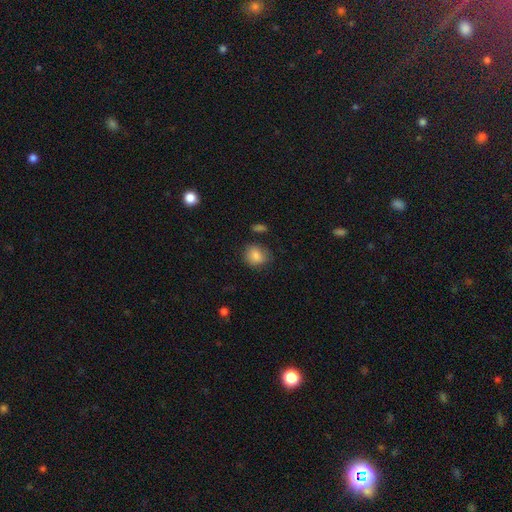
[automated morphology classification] smooth 85%, star or artifact 9%, featured or disk 7%. Down the decision tree: how rounded — round (66%); merging — none (74%).